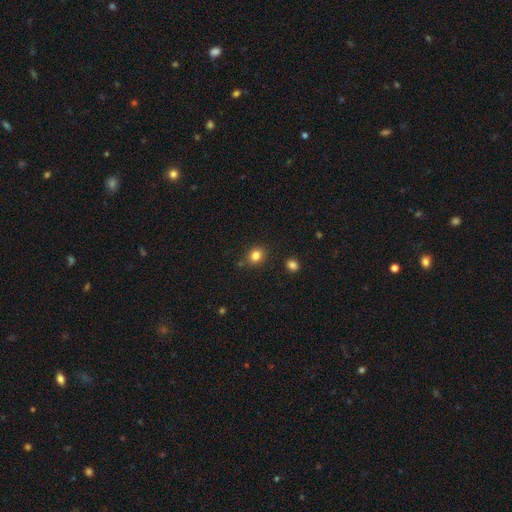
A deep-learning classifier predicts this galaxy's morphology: smooth_or_featured: smooth (p=0.82) [alt: star or artifact p=0.12]
how_rounded: round (p=0.66) [alt: in between p=0.34]
merging: none (p=0.84) [alt: minor disturbance p=0.10]